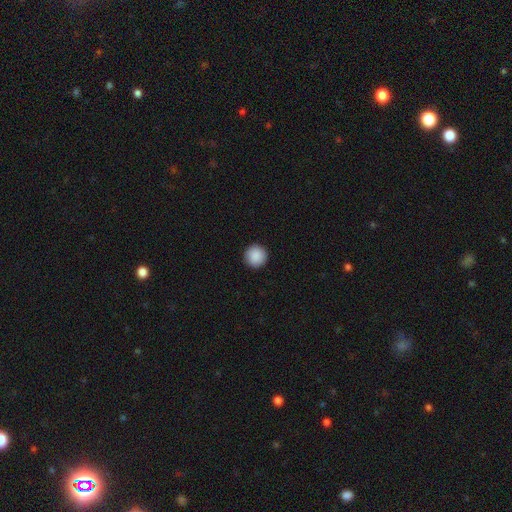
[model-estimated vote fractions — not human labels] smooth 90%, star or artifact 8%, featured or disk 3%. Down the decision tree: how rounded — round (96%); merging — none (93%).